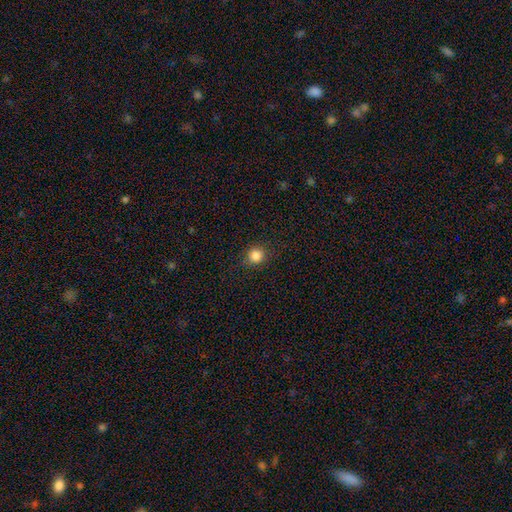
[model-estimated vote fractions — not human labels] Smooth or featured? smooth (85%)
How rounded? round (90%)
Merging? none (88%)